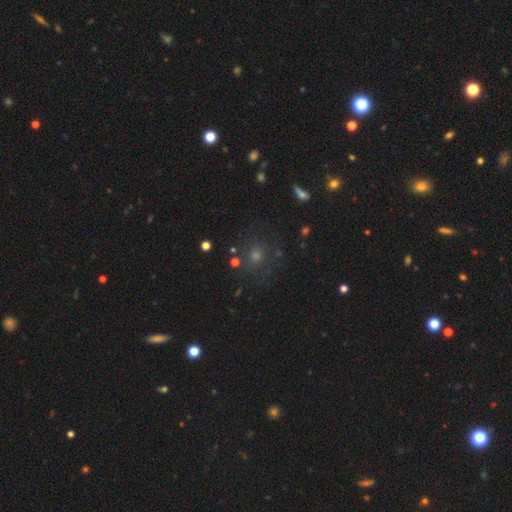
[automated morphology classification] smooth_or_featured: smooth (p=0.54) [alt: star or artifact p=0.29]
how_rounded: round (p=0.83) [alt: in between p=0.15]
merging: none (p=0.77) [alt: minor disturbance p=0.12]